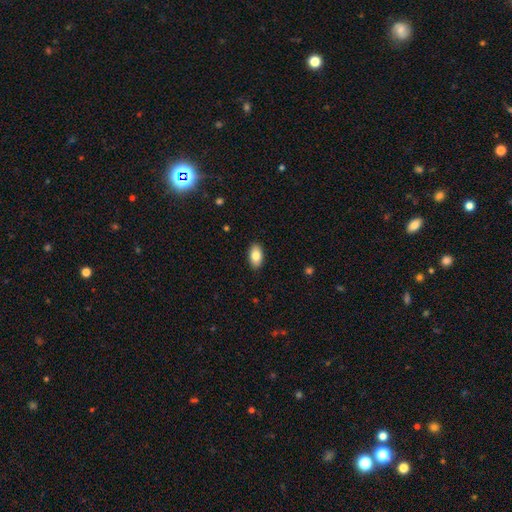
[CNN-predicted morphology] Smooth or featured? Predicted: smooth (p=0.82). How rounded? Predicted: in between (p=0.93). Merging? Predicted: none (p=0.89).